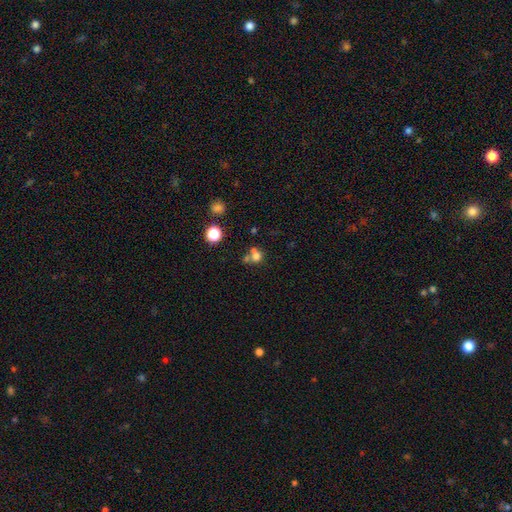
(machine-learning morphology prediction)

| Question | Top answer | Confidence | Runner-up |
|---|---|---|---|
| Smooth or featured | smooth | 69% | star or artifact (17%) |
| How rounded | round | 80% | in between (19%) |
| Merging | merger | 46% | none (40%) |